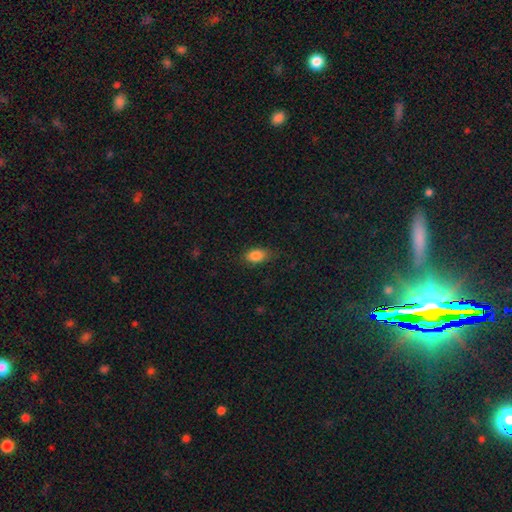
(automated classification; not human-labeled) Smooth or featured: smooth — 85% (star or artifact — 9%)
How rounded: in between — 86% (round — 11%)
Merging: none — 78% (minor disturbance — 17%)